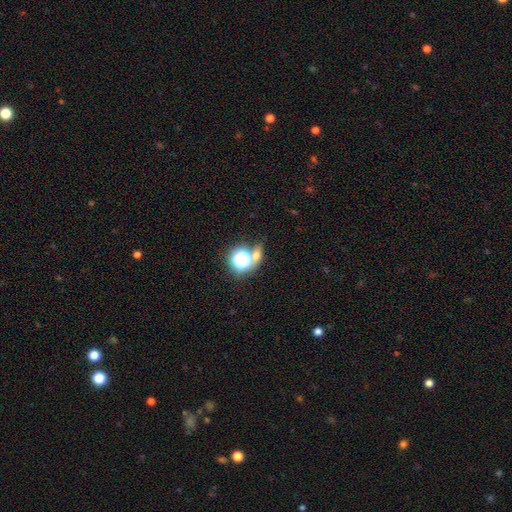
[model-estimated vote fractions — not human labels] Q: Smooth or featured?
A: smooth (52%); runner-up: star or artifact (36%)
Q: How rounded?
A: round (63%); runner-up: in between (31%)
Q: Merging?
A: none (60%); runner-up: merger (23%)